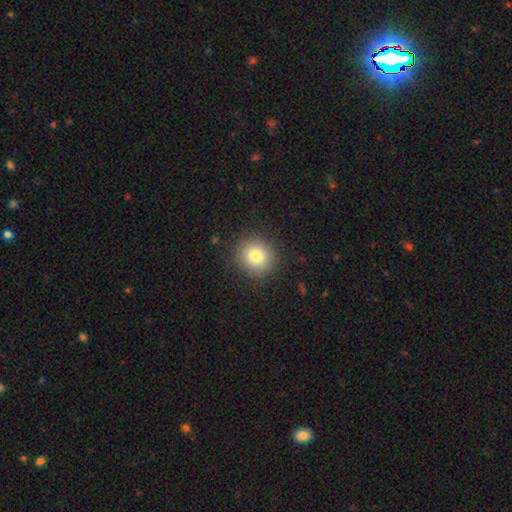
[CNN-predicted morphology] Q: Smooth or featured?
A: smooth (81%); runner-up: star or artifact (11%)
Q: How rounded?
A: round (88%); runner-up: in between (11%)
Q: Merging?
A: none (89%); runner-up: minor disturbance (7%)